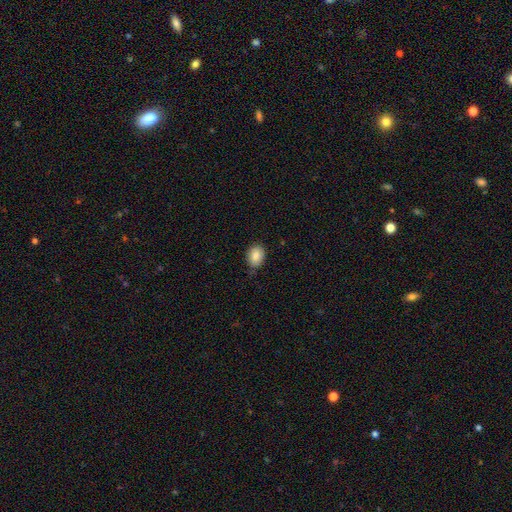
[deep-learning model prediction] Smooth or featured?
  - smooth: 87% *
  - star or artifact: 8%
  - featured or disk: 5%
How rounded?
  - in between: 66% *
  - round: 33%
  - cigar-shaped: 1%
Merging?
  - none: 73% *
  - minor disturbance: 22%
  - major disturbance: 4%
  - merger: 1%